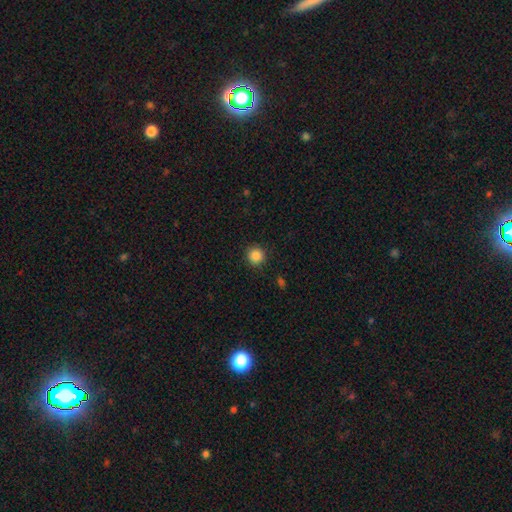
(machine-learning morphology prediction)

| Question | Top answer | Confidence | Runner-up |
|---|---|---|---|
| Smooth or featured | smooth | 86% | star or artifact (10%) |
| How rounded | round | 95% | in between (5%) |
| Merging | none | 91% | minor disturbance (6%) |